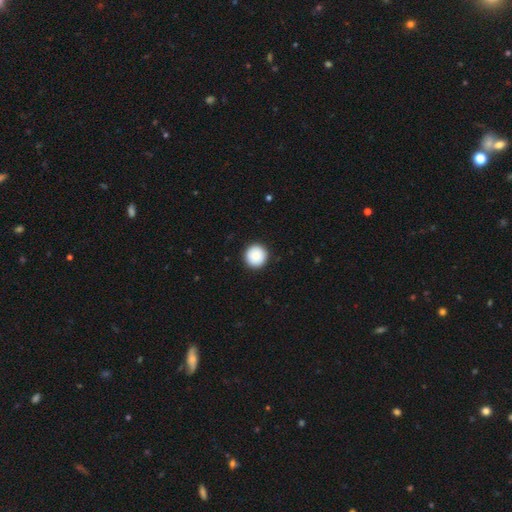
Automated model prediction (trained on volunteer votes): Smooth or featured: smooth — 89% (star or artifact — 7%)
How rounded: round — 96% (in between — 3%)
Merging: none — 93% (minor disturbance — 5%)